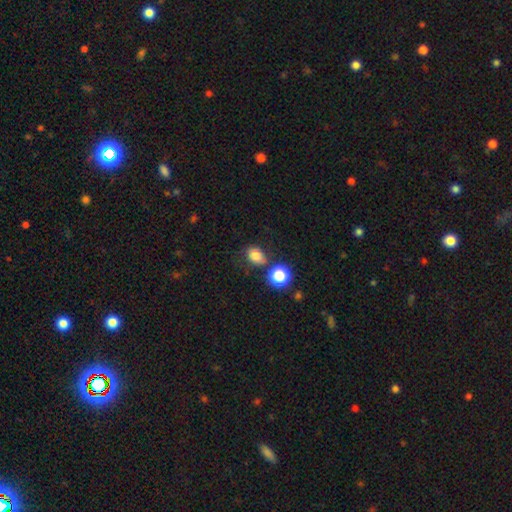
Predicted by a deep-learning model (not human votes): Morphology: type=smooth (79%); roundness=in between (64%); merging=none (63%).